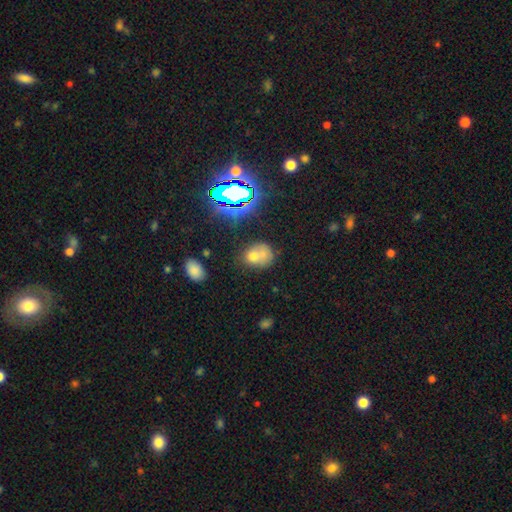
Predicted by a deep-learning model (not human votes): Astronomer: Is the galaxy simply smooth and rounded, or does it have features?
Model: smooth — 61%.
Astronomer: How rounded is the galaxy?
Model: in between — 50% (runner-up: round, 49%).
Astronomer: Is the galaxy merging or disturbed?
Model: none — 39% (runner-up: merger, 35%).